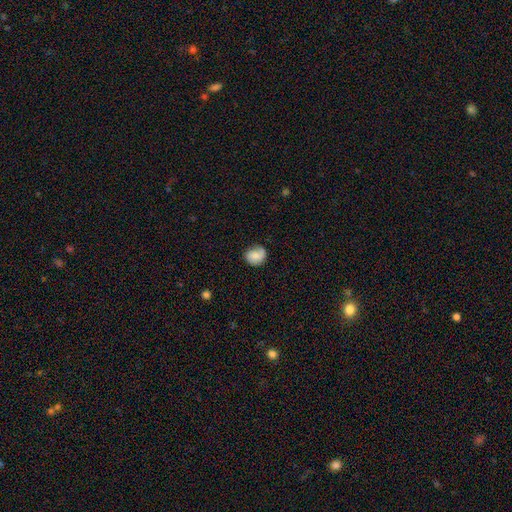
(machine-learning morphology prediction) type=smooth (66%); roundness=round (70%); merging=none (62%).